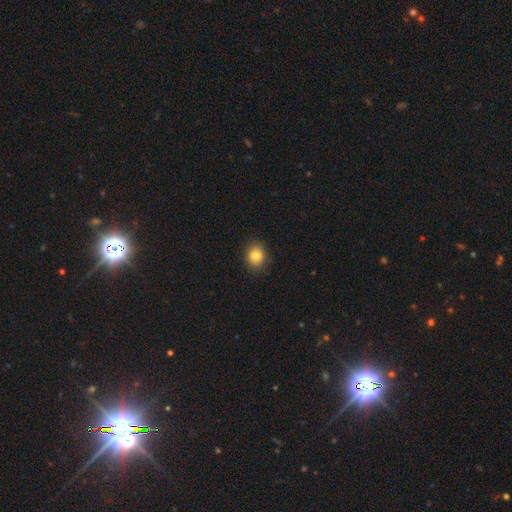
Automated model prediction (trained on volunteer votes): A smooth galaxy with no disk features (84%) that is round (58%).

Vote fractions:
- Smooth or featured? smooth: 84% / star or artifact: 10% / featured or disk: 6%
- How rounded? round: 58% / in between: 41% / cigar-shaped: 1%
- Merging? none: 88% / minor disturbance: 9% / major disturbance: 2% / merger: 1%